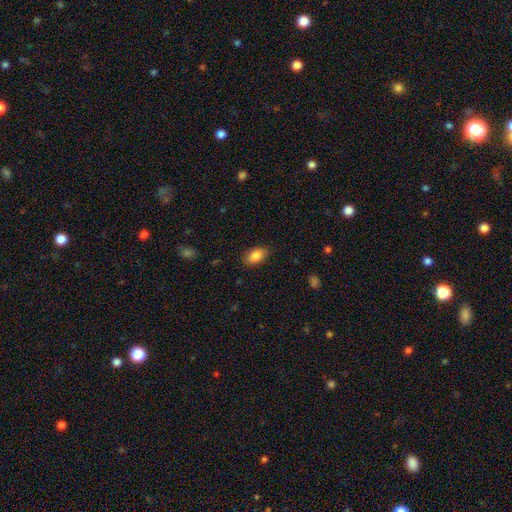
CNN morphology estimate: Smooth or featured?
  - smooth: 85% *
  - star or artifact: 8%
  - featured or disk: 7%
How rounded?
  - in between: 91% *
  - round: 7%
  - cigar-shaped: 3%
Merging?
  - none: 84% *
  - minor disturbance: 12%
  - major disturbance: 3%
  - merger: 1%